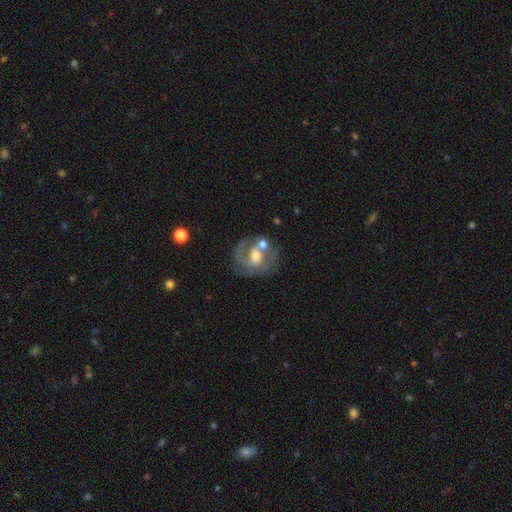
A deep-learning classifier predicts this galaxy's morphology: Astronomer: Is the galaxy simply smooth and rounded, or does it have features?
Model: featured or disk — 68%.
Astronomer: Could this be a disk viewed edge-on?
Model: no — 97%.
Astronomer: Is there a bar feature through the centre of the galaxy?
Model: no — 52% (runner-up: weak, 37%).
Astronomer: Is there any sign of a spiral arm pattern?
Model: yes — 71%.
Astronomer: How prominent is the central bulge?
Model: moderate — 62%.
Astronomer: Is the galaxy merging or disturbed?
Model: none — 49% (runner-up: merger, 24%).